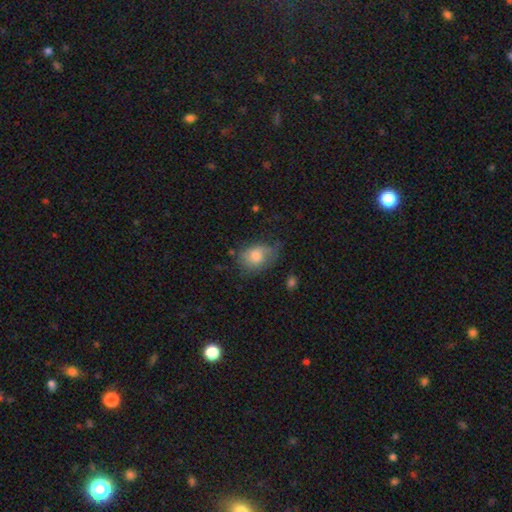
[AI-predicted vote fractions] This appears to be a smooth galaxy with no disk features (76%) that is in between round and cigar-shaped (68%). Merging: none (54%).